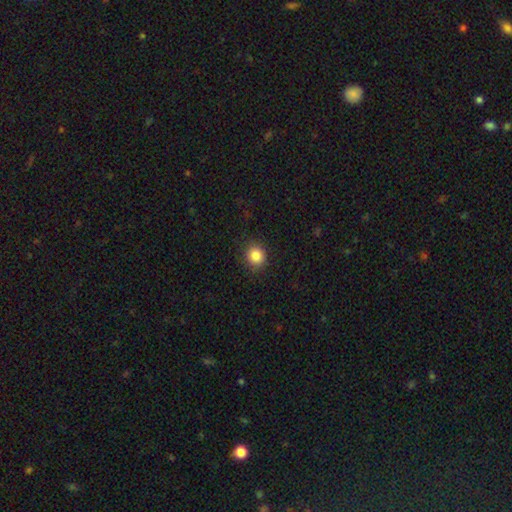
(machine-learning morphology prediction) Smooth or featured?
  - smooth: 86% *
  - star or artifact: 10%
  - featured or disk: 4%
How rounded?
  - round: 81% *
  - in between: 18%
  - cigar-shaped: 1%
Merging?
  - none: 88% *
  - minor disturbance: 9%
  - major disturbance: 3%
  - merger: 1%